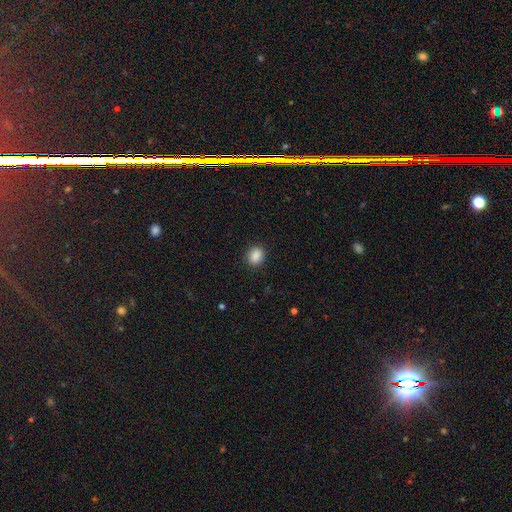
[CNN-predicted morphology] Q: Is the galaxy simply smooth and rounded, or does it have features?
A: smooth — 88%.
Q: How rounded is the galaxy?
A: round — 59%.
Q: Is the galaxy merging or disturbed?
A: none — 90%.